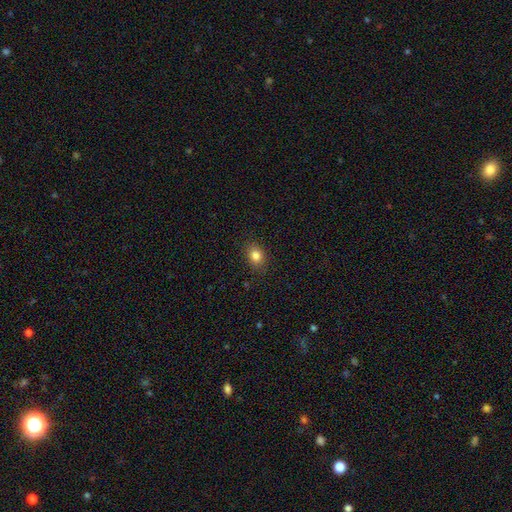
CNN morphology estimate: Smooth or featured? Predicted: smooth (p=0.83). How rounded? Predicted: in between (p=0.61). Merging? Predicted: none (p=0.87).